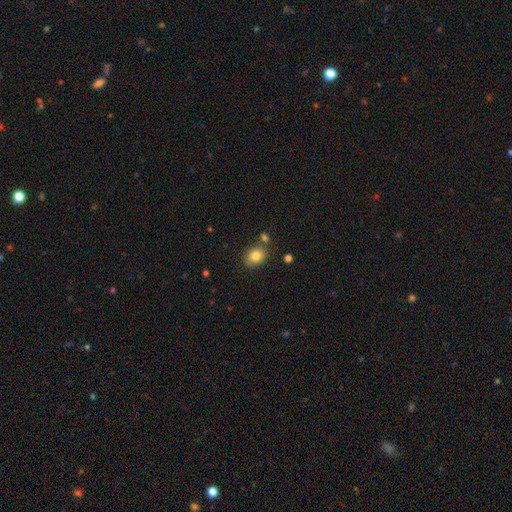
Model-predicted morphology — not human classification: Overall: smooth (81%). How rounded: round (55%; in between 45%). Merging: none (77%).